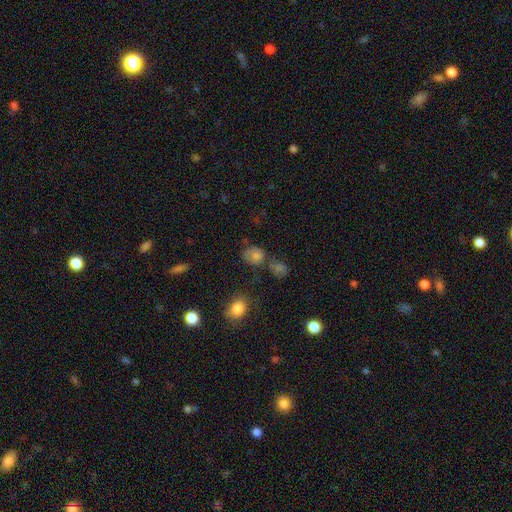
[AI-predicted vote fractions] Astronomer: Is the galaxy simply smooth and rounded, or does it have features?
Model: smooth — 69%.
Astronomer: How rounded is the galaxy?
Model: round — 62% (runner-up: in between, 37%).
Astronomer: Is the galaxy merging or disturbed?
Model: none — 61%.